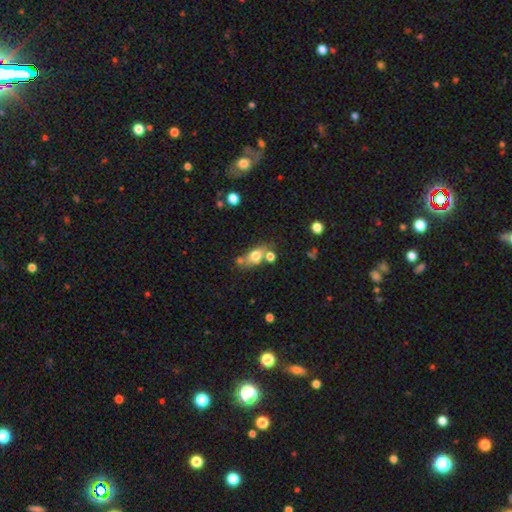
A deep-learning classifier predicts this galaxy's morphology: A smooth galaxy with no disk features (71%) that is in between round and cigar-shaped (71%). Merging: none (55%).